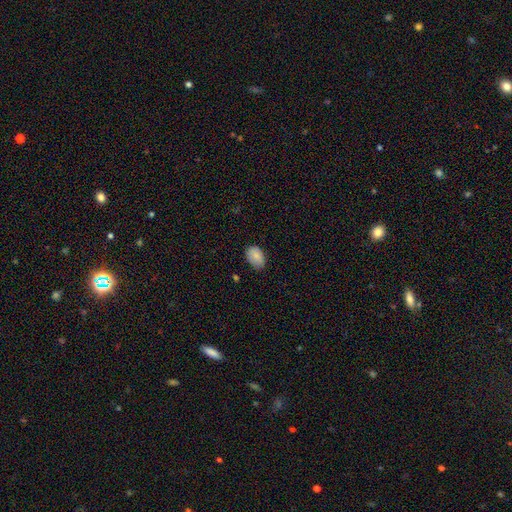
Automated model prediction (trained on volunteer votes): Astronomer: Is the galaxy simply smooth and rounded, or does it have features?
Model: smooth — 86%.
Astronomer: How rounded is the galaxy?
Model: in between — 87%.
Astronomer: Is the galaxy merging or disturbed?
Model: none — 76%.